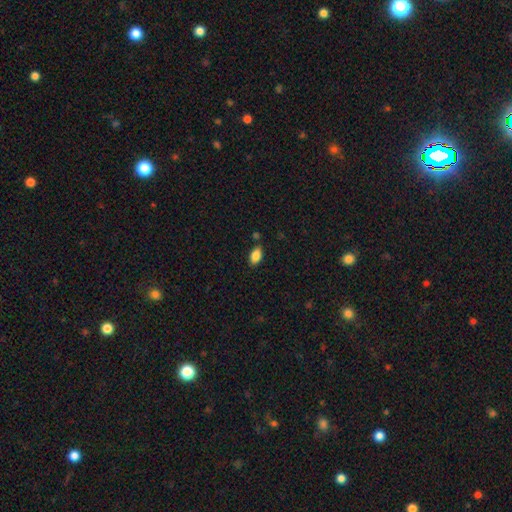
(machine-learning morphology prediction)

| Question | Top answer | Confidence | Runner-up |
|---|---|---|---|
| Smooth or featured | smooth | 87% | star or artifact (8%) |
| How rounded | in between | 92% | round (4%) |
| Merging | none | 82% | minor disturbance (11%) |